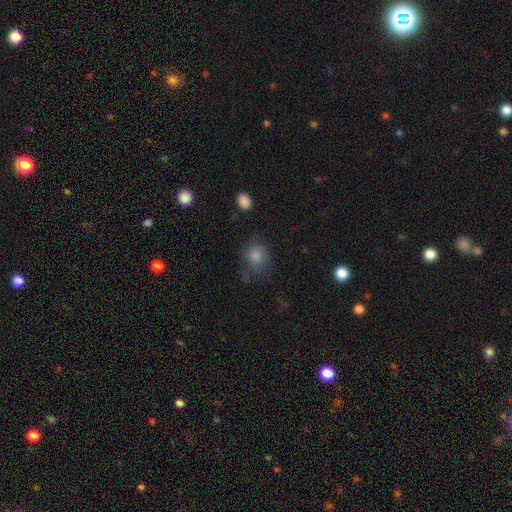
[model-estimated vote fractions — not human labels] Smooth or featured?
  - smooth: 75% *
  - star or artifact: 14%
  - featured or disk: 11%
How rounded?
  - round: 74% *
  - in between: 25%
  - cigar-shaped: 1%
Merging?
  - none: 65% *
  - minor disturbance: 22%
  - major disturbance: 11%
  - merger: 2%